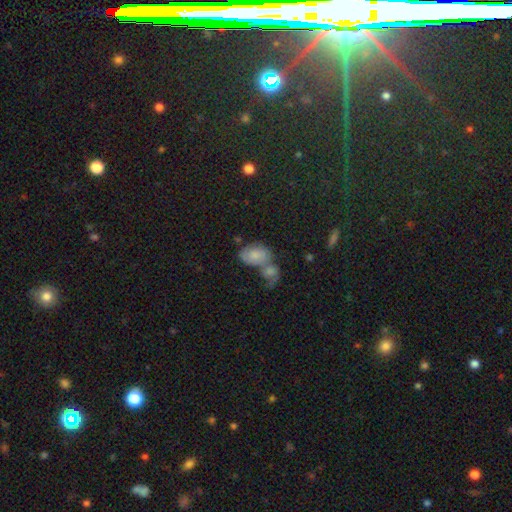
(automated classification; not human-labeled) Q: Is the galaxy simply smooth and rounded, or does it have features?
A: smooth — 66%.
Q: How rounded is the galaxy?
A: in between — 84%.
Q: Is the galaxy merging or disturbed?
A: merger — 57%.